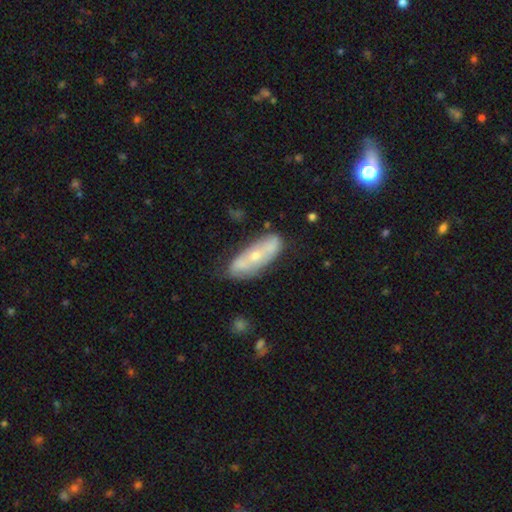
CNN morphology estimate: A featured or disk galaxy (54%).

Vote fractions:
- Smooth or featured? featured or disk: 54% / smooth: 39% / star or artifact: 7%
- Edge-on disk? no: 76% / yes: 24%
- Merging? none: 68% / minor disturbance: 22% / major disturbance: 6% / merger: 5%